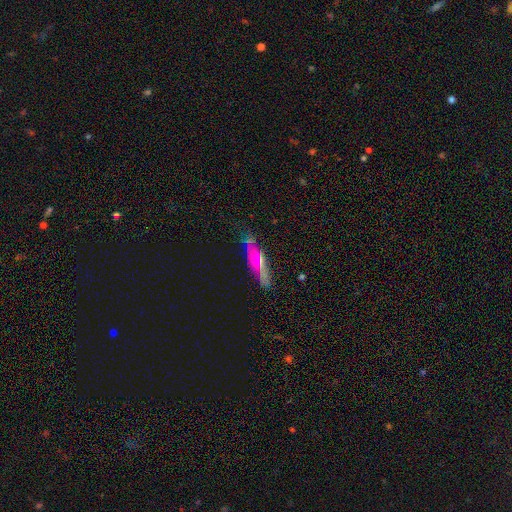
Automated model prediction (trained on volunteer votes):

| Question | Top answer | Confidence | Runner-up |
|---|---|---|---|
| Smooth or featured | smooth | 44% | featured or disk (40%) |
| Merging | none | 78% | minor disturbance (14%) |